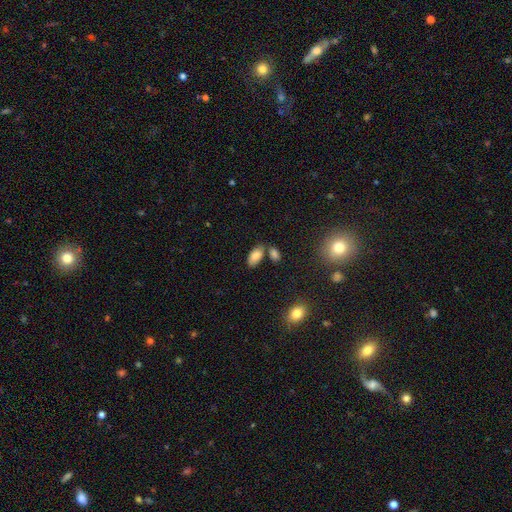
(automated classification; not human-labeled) smooth-or-featured: smooth: 84% | star or artifact: 9% | featured or disk: 7%
  how-rounded: in between: 93% | cigar-shaped: 4% | round: 3%
  merging: none: 63% | merger: 19% | minor disturbance: 14% | major disturbance: 4%